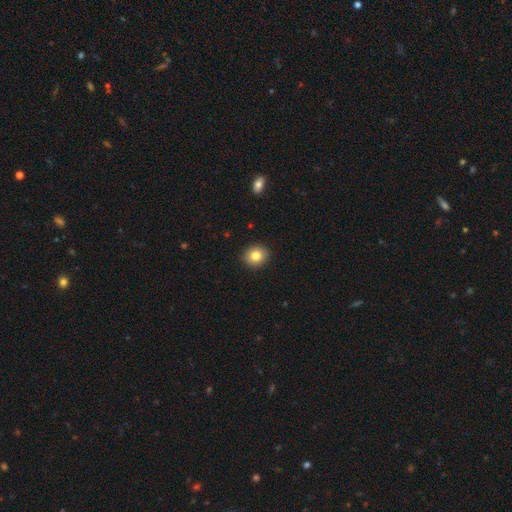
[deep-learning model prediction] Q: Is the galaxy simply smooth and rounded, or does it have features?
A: smooth — 83%.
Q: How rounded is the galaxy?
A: round — 79%.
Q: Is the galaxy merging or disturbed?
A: none — 92%.